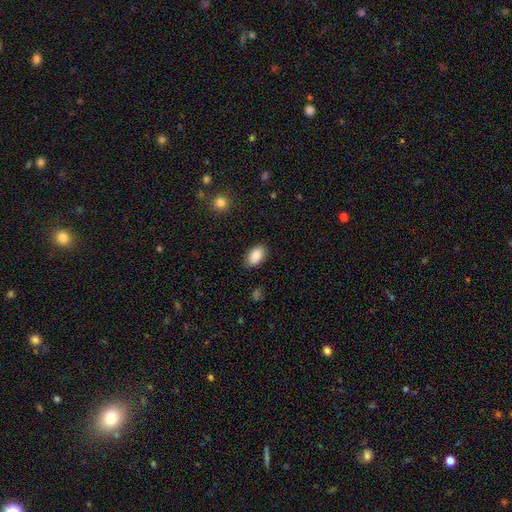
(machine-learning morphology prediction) Smooth or featured?
  - smooth: 88% *
  - star or artifact: 7%
  - featured or disk: 5%
How rounded?
  - in between: 93% *
  - round: 6%
  - cigar-shaped: 2%
Merging?
  - none: 88% *
  - minor disturbance: 9%
  - major disturbance: 2%
  - merger: 1%